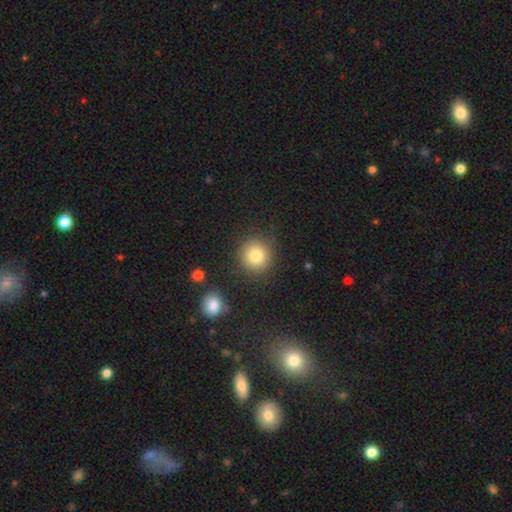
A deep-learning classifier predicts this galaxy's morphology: Q: Smooth or featured?
A: smooth (81%); runner-up: star or artifact (11%)
Q: How rounded?
A: round (91%); runner-up: in between (8%)
Q: Merging?
A: none (86%); runner-up: minor disturbance (8%)